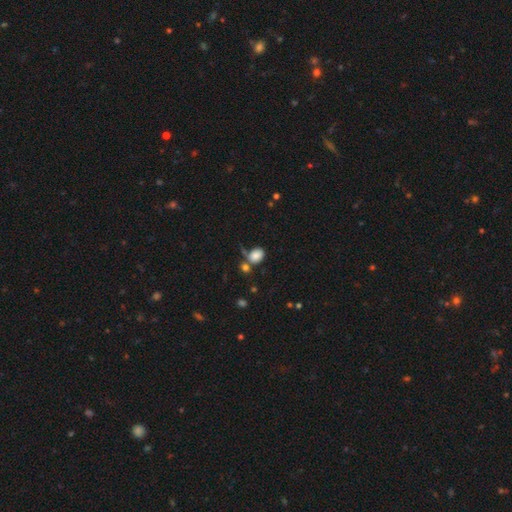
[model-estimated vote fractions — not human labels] A smooth galaxy with no disk features (82%) that is in between round and cigar-shaped (63%). Merging: none (53%).